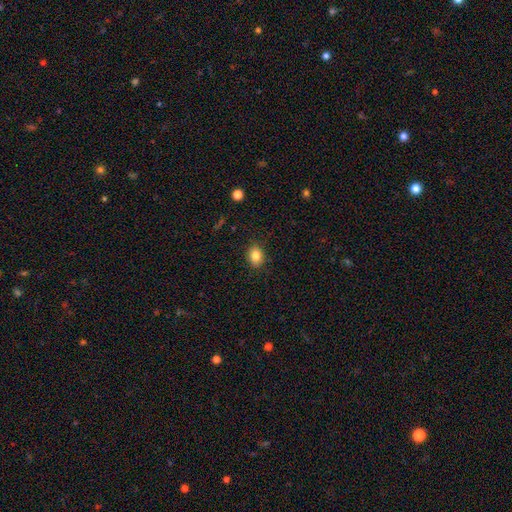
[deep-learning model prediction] smooth-or-featured: smooth: 83% | star or artifact: 10% | featured or disk: 7%
  how-rounded: in between: 66% | round: 32% | cigar-shaped: 1%
  merging: none: 88% | minor disturbance: 9% | major disturbance: 2% | merger: 1%